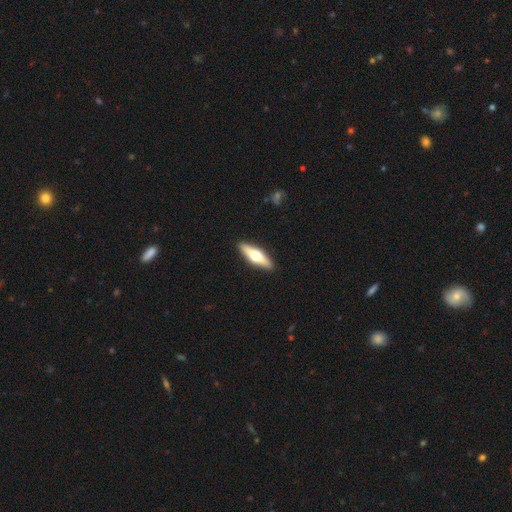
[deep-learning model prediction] featured or disk 55%, smooth 40%, star or artifact 5%. Down the decision tree: edge-on disk — yes (92%); edge-on bulge — rounded (96%); merging — none (91%).